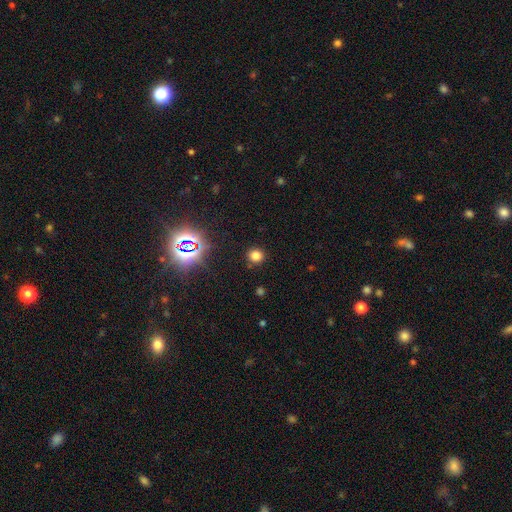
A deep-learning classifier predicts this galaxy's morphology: smooth 74%, star or artifact 21%, featured or disk 6%. Down the decision tree: how rounded — round (88%); merging — none (90%).